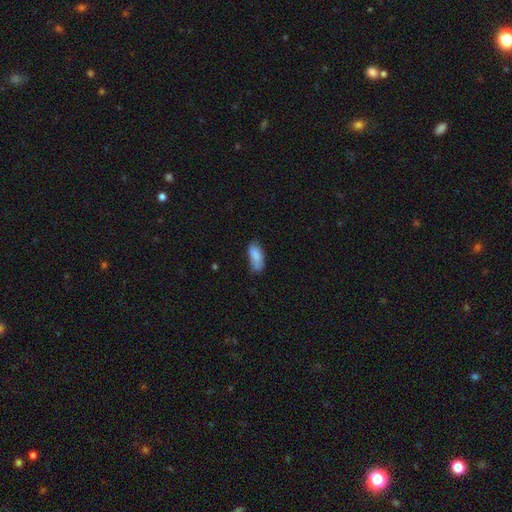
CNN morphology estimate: smooth_or_featured: smooth (p=0.84) [alt: featured or disk p=0.09]
how_rounded: in between (p=0.85) [alt: cigar-shaped p=0.13]
merging: none (p=0.55) [alt: minor disturbance p=0.33]